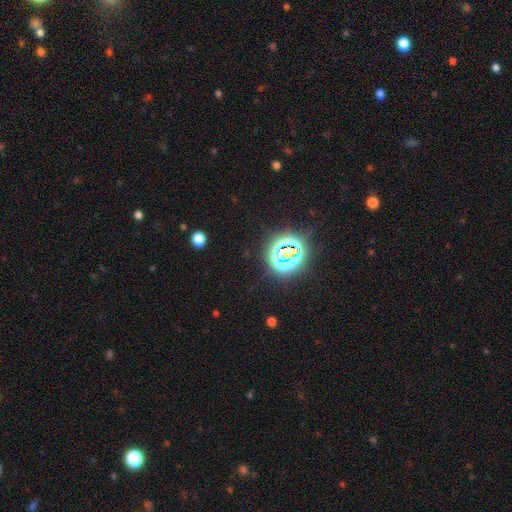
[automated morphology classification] Smooth or featured?
  - star or artifact: 82% *
  - smooth: 12%
  - featured or disk: 6%